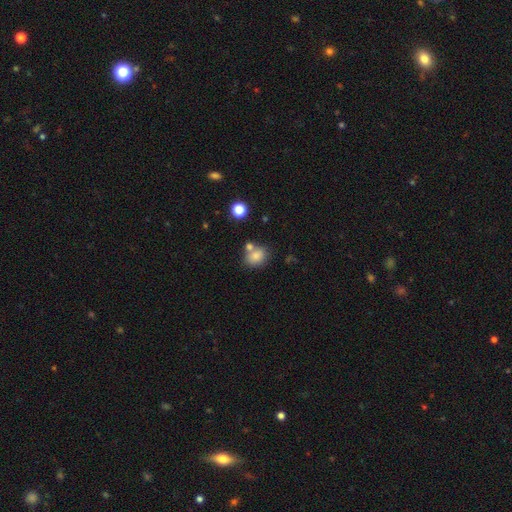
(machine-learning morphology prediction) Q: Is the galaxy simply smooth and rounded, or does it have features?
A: smooth — 81%.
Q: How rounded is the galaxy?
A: in between — 57%.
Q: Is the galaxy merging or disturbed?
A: none — 56%.